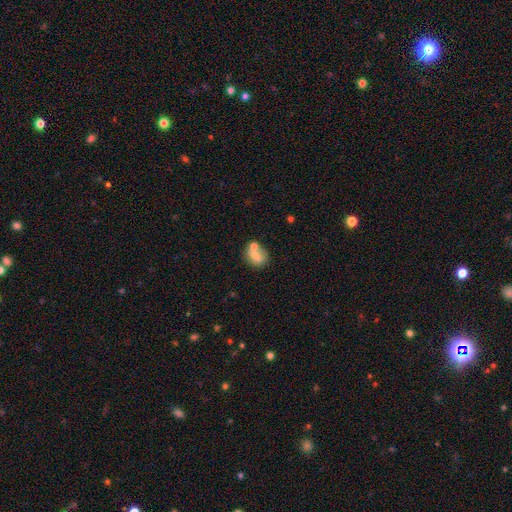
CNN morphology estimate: Overall: smooth (68%). How rounded: round (50%; in between 48%). Merging: none (49%; merger 32%).